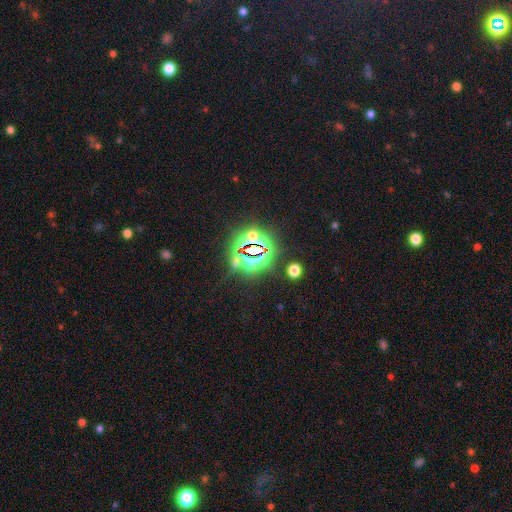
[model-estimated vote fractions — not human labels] This is likely a star or artifact rather than a galaxy (80%).